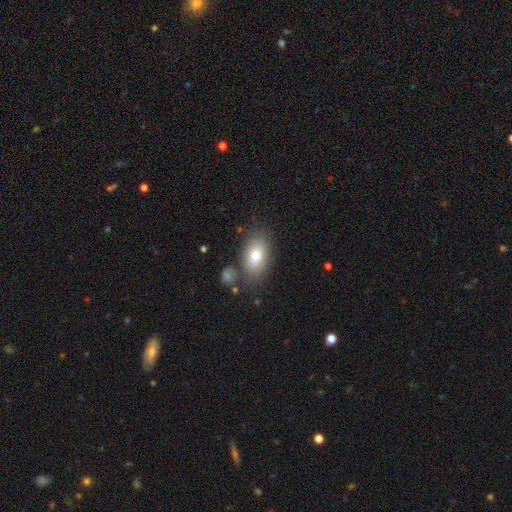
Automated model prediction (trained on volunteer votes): Smooth or featured: smooth — 77% (featured or disk — 14%)
How rounded: in between — 90% (round — 8%)
Merging: none — 76% (minor disturbance — 14%)